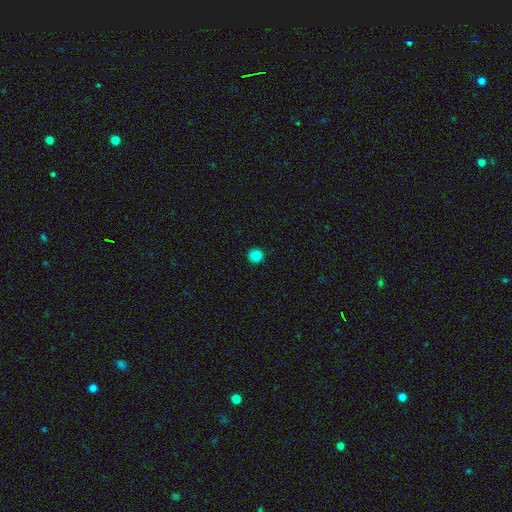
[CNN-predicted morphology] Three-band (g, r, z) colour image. It shows a smooth galaxy with no disk features (85%) that is round (95%). Merging: none (93%).